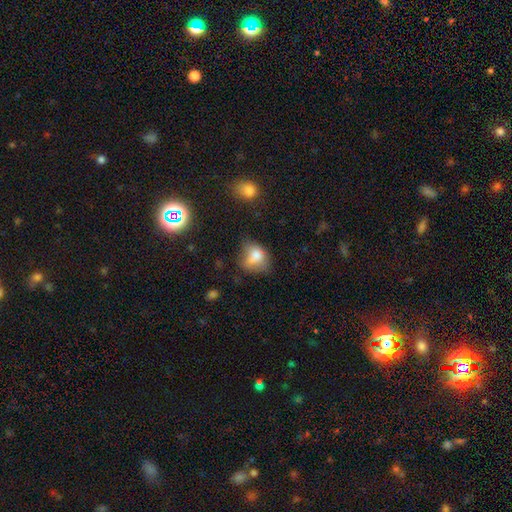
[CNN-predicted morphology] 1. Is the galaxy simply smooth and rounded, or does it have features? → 72% smooth, 17% featured or disk, 12% star or artifact.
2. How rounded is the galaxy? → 57% in between, 41% round, 2% cigar-shaped.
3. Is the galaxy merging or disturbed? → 36% none, 33% minor disturbance, 21% major disturbance, 10% merger.